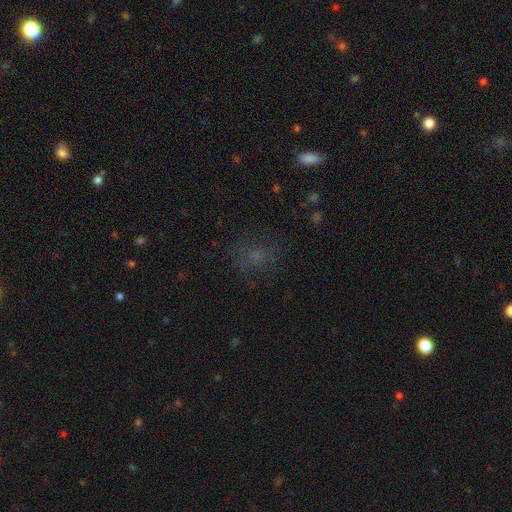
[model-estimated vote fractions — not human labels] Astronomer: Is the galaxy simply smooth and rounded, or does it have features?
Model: smooth — 48% (runner-up: star or artifact, 30%).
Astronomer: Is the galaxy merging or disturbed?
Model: none — 69%.